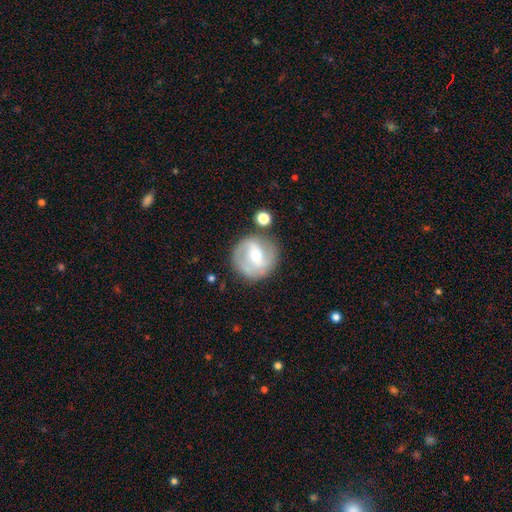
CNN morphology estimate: Smooth or featured?
  - featured or disk: 63% *
  - smooth: 29%
  - star or artifact: 7%
Edge-on disk?
  - no: 95% *
  - yes: 5%
Bar?
  - weak: 42% *
  - strong: 31%
  - no: 26%
Spiral arms?
  - yes: 71% *
  - no: 29%
Bulge size?
  - moderate: 59% *
  - small: 36%
  - large: 3%
  - none: 1%
  - dominant: 1%
Merging?
  - none: 75% *
  - minor disturbance: 14%
  - merger: 6%
  - major disturbance: 6%